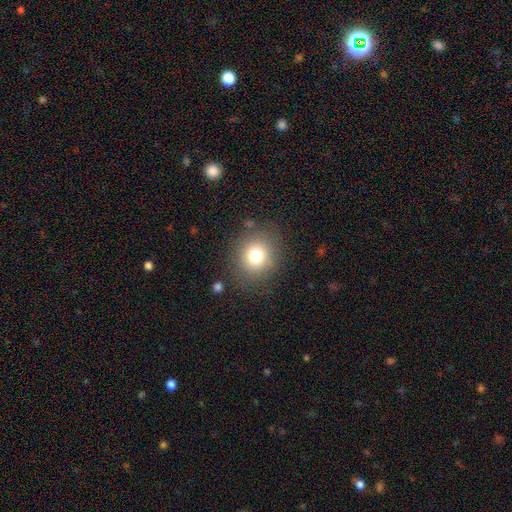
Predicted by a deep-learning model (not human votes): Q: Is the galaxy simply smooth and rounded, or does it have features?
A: smooth — 76%.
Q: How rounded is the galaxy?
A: round — 83%.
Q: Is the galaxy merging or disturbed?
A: none — 83%.